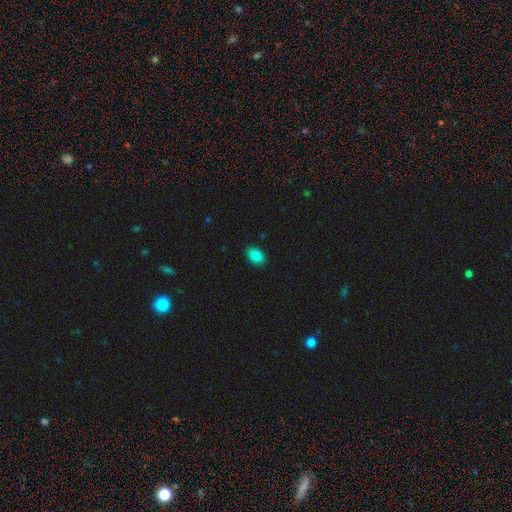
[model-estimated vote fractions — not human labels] This is clearly a smooth galaxy (85%). How rounded: clearly in between (81%). Merging: clearly none (89%).